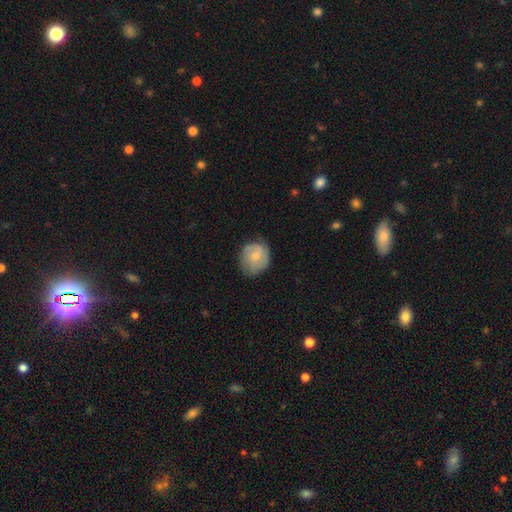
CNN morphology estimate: Smooth or featured? Predicted: smooth (p=0.52). How rounded? Predicted: round (p=0.70). Merging? Predicted: none (p=0.64).